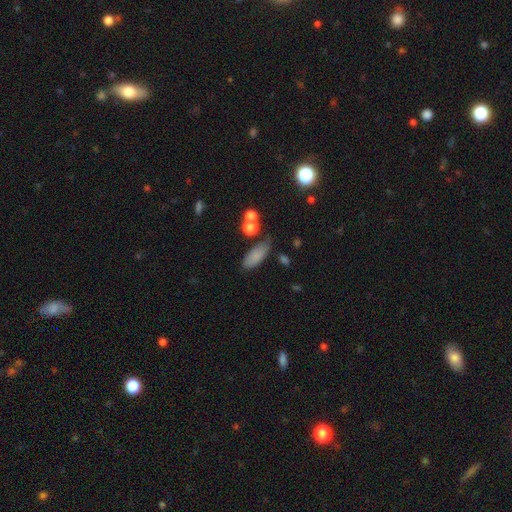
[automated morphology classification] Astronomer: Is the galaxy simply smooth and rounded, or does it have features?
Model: smooth — 79%.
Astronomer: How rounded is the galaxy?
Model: in between — 77%.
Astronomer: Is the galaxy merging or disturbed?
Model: none — 62%.